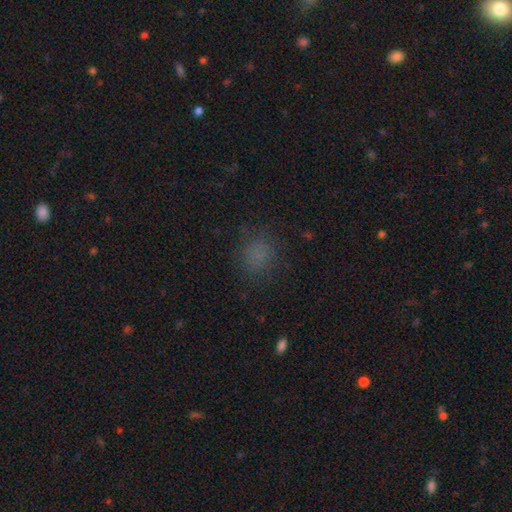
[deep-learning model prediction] smooth_or_featured: smooth (p=0.74) [alt: star or artifact p=0.21]
how_rounded: round (p=0.74) [alt: in between p=0.25]
merging: none (p=0.83) [alt: minor disturbance p=0.11]